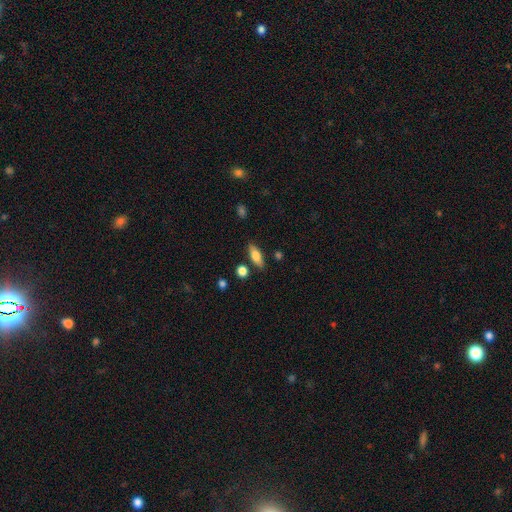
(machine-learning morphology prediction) The model was most divided on "how rounded": in between: 66%, cigar-shaped: 30%, round: 4%. More confident: merging — none (82%); smooth or featured — smooth (69%).